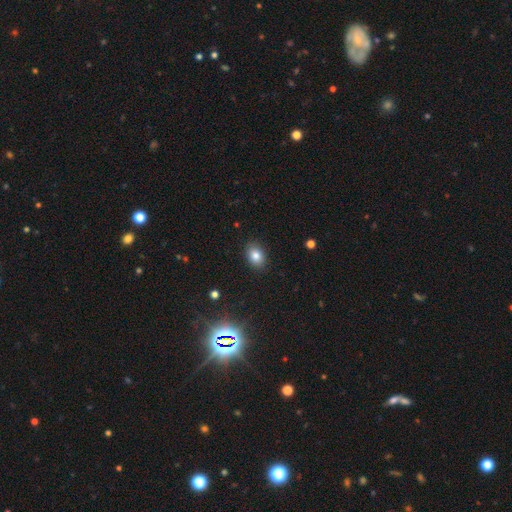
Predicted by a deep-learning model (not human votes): Q: Smooth or featured?
A: smooth (82%); runner-up: star or artifact (11%)
Q: How rounded?
A: in between (75%); runner-up: round (24%)
Q: Merging?
A: none (87%); runner-up: minor disturbance (9%)